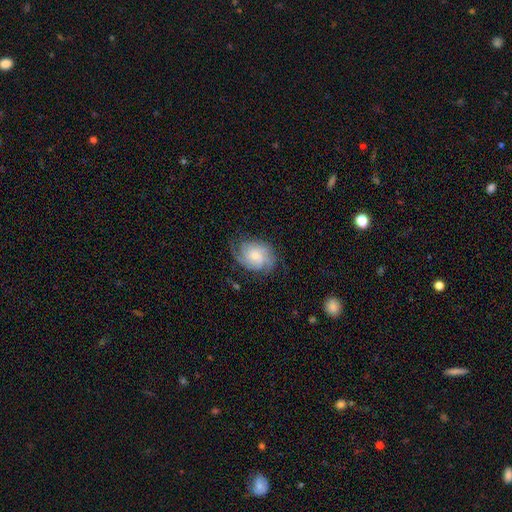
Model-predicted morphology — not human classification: smooth-or-featured: featured or disk: 71% | smooth: 22% | star or artifact: 7%
  disk-edge-on: no: 97% | yes: 3%
    bar: no: 64% | weak: 32% | strong: 4%
    has-spiral-arms: yes: 94% | no: 6%
      spiral-winding: tight: 49% | medium: 38% | loose: 13%
      spiral-arm-count: can't tell: 29% (tied) | 2: 29% (tied) | 3: 24% | 4: 8% | 1: 6% | more than 4: 5%
    bulge-size: small: 42% | moderate: 41% | none: 8% | large: 8% | dominant: 2%
  merging: none: 67% | minor disturbance: 21% | major disturbance: 10% | merger: 1%